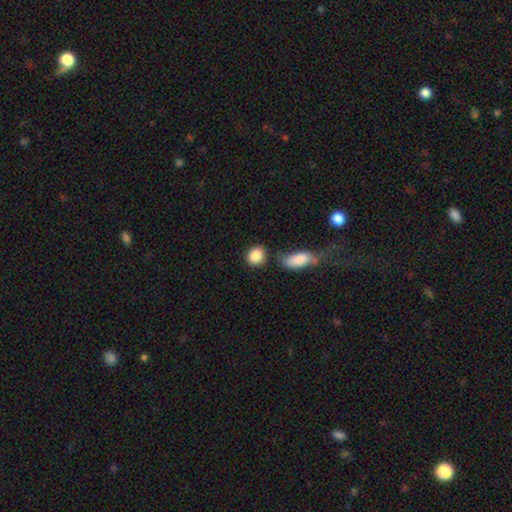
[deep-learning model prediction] Smooth or featured? smooth (88%)
How rounded? round (60%)
Merging? none (66%)